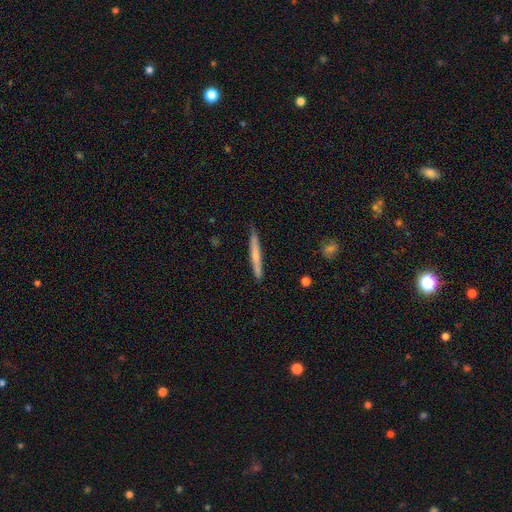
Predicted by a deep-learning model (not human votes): Overall: smooth (50%; featured or disk 44%). How rounded: cigar-shaped (96%). Merging: none (87%).